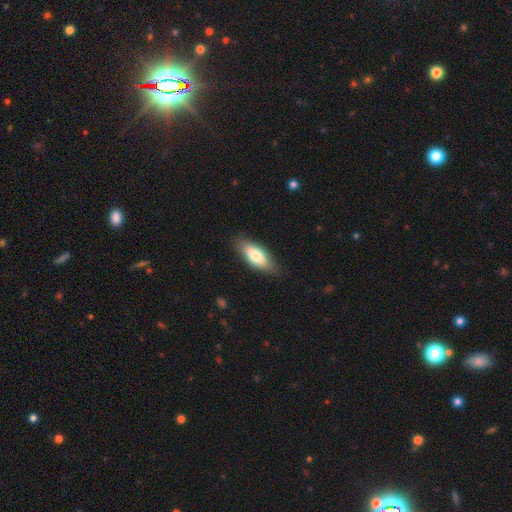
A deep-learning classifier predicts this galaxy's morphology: Smooth or featured? Predicted: smooth (p=0.75). How rounded? Predicted: in between (p=0.75). Merging? Predicted: none (p=0.83).